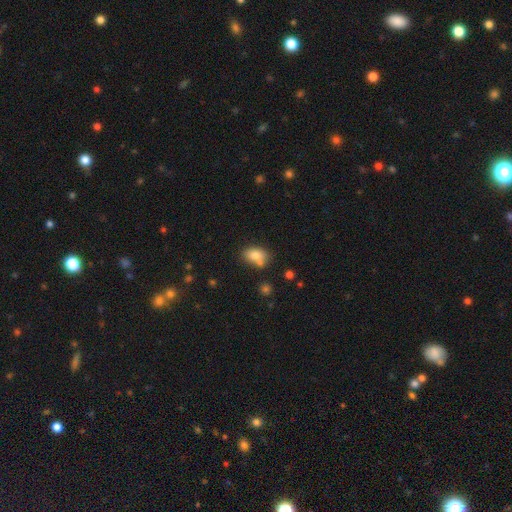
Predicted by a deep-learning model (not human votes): Overall: smooth (79%). How rounded: in between (80%). Merging: none (54%; merger 22%).